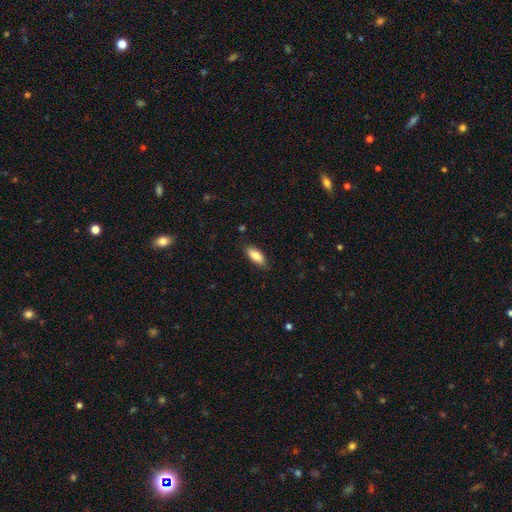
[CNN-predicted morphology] Q: Smooth or featured?
A: smooth (83%); runner-up: featured or disk (10%)
Q: How rounded?
A: in between (79%); runner-up: cigar-shaped (19%)
Q: Merging?
A: none (84%); runner-up: minor disturbance (12%)